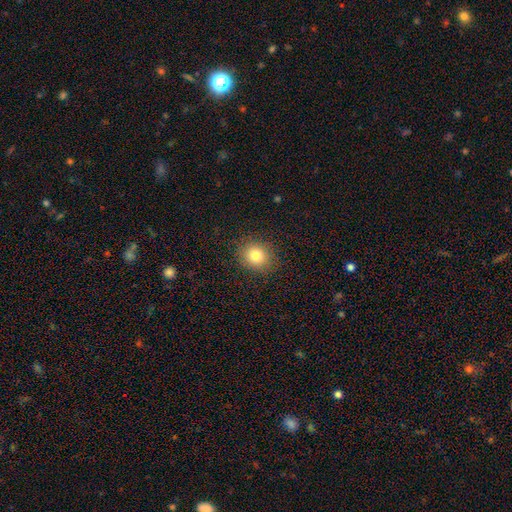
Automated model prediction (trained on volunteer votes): smooth 82%, star or artifact 11%, featured or disk 7%. Down the decision tree: how rounded — round (75%); merging — none (88%).